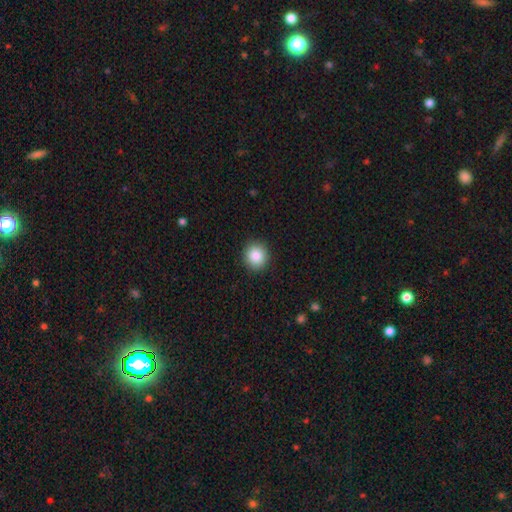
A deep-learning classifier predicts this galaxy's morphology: Smooth or featured? smooth (86%)
How rounded? round (89%)
Merging? none (92%)